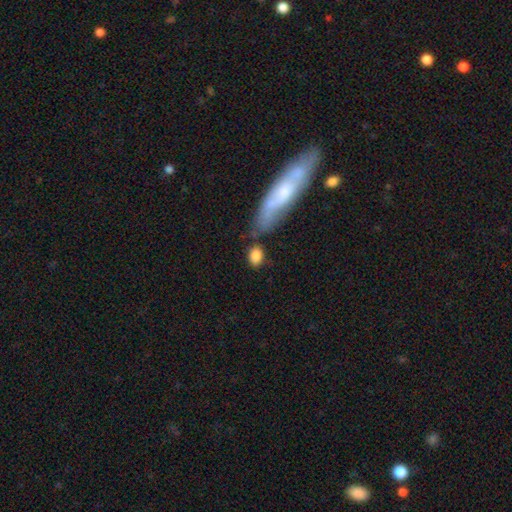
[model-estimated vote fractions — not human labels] Smooth or featured: smooth — 84% (featured or disk — 8%)
How rounded: in between — 78% (round — 18%)
Merging: none — 63% (minor disturbance — 16%)